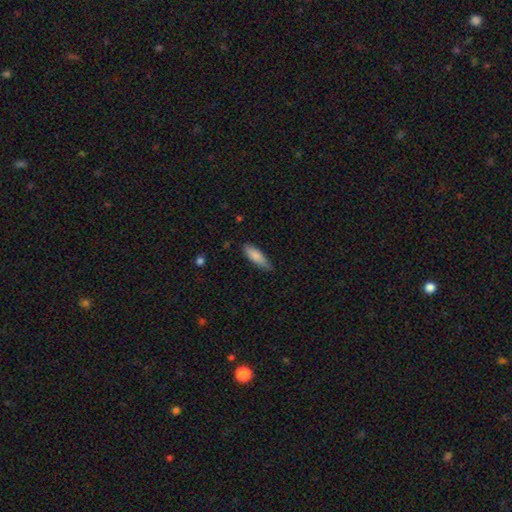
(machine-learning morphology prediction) Smooth or featured?
  - smooth: 84% *
  - featured or disk: 10%
  - star or artifact: 6%
How rounded?
  - in between: 52% *
  - cigar-shaped: 46%
  - round: 2%
Merging?
  - none: 70% *
  - minor disturbance: 25%
  - major disturbance: 3%
  - merger: 1%